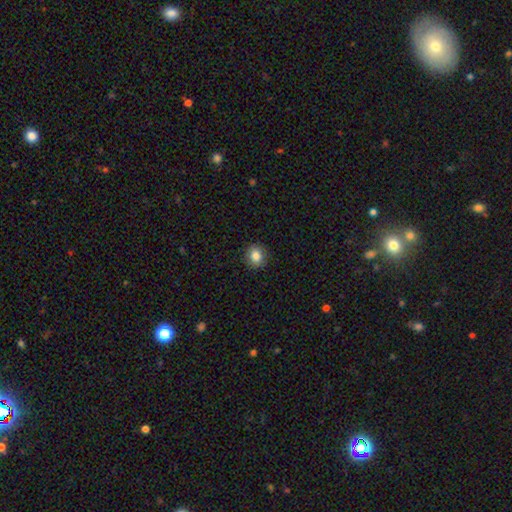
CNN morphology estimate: A smooth galaxy with no disk features (85%) that is round (75%).

Vote fractions:
- Smooth or featured? smooth: 85% / star or artifact: 9% / featured or disk: 6%
- How rounded? round: 75% / in between: 24% / cigar-shaped: 1%
- Merging? none: 90% / minor disturbance: 7% / major disturbance: 2% / merger: 1%